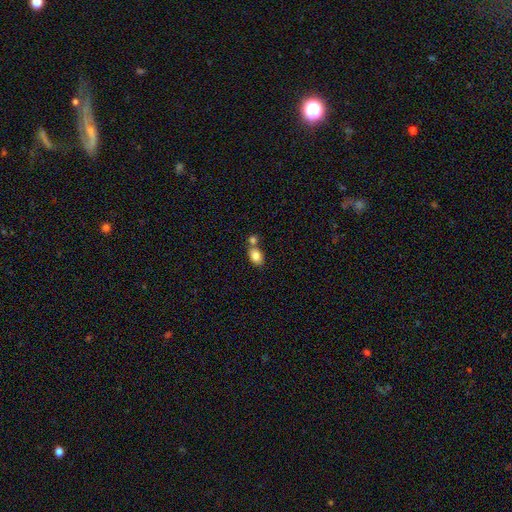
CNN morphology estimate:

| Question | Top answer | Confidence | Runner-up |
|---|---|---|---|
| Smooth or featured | smooth | 82% | featured or disk (9%) |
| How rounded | in between | 79% | round (20%) |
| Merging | none | 49% | merger (39%) |